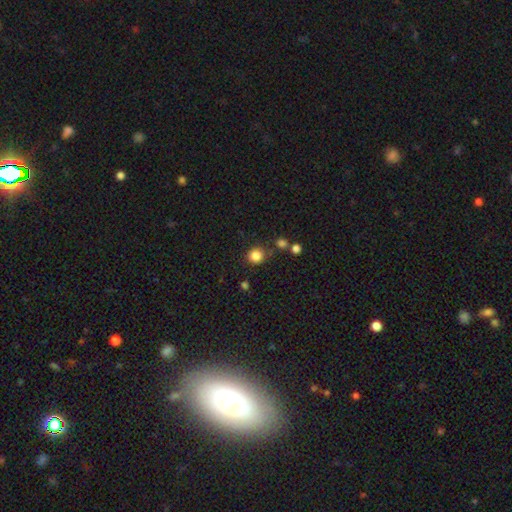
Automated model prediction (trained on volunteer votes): smooth 84%, star or artifact 12%, featured or disk 4%. Down the decision tree: how rounded — round (91%); merging — none (80%).